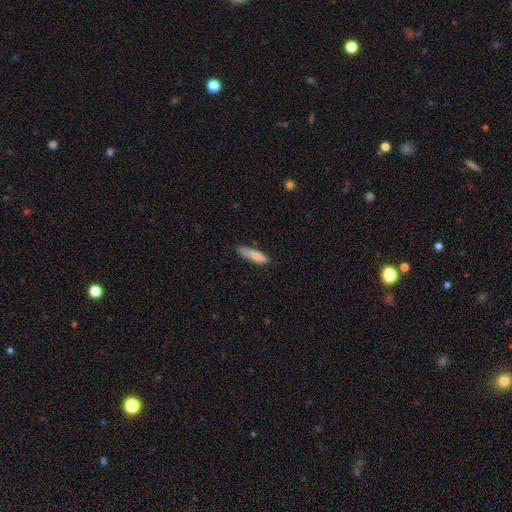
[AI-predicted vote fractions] Overall: smooth (81%). How rounded: cigar-shaped (65%; in between 33%). Merging: none (60%; minor disturbance 29%).